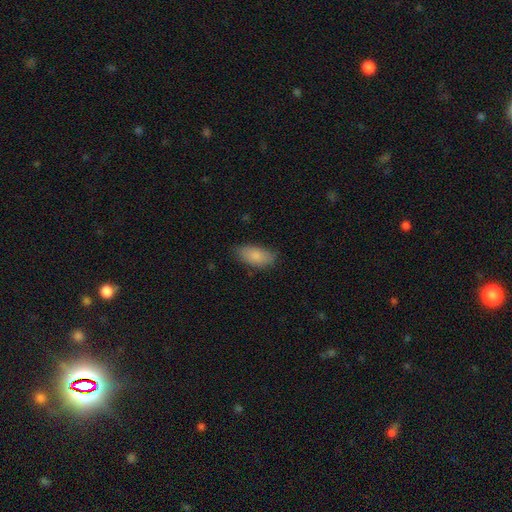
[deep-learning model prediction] smooth-or-featured: smooth: 86% | featured or disk: 8% | star or artifact: 6%
  how-rounded: in between: 91% | cigar-shaped: 7% | round: 3%
  merging: none: 78% | minor disturbance: 17% | major disturbance: 3% | merger: 1%